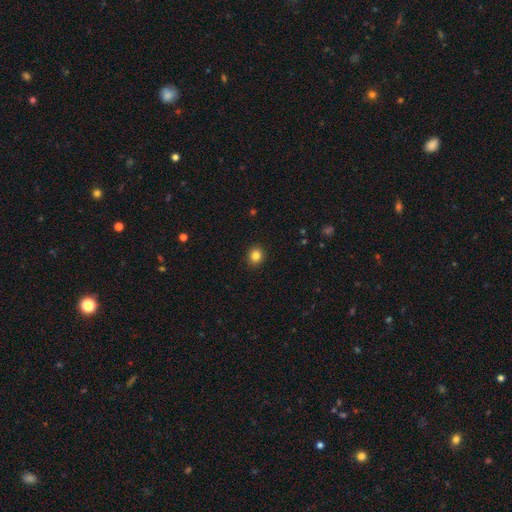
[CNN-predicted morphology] The model was most divided on "how rounded": round: 83%, in between: 17%, cigar-shaped: 1%. More confident: merging — none (92%); smooth or featured — smooth (84%).